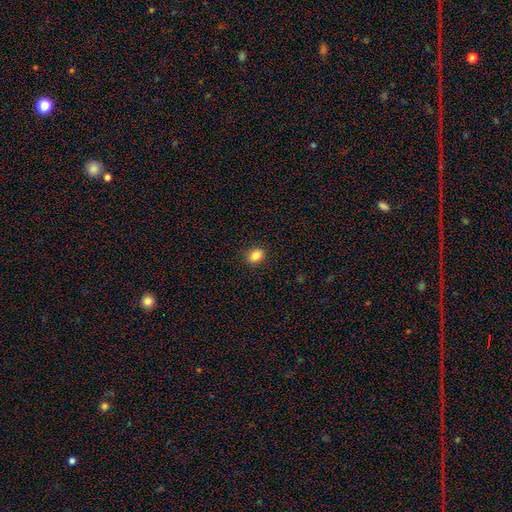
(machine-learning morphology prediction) A smooth galaxy with no disk features (85%) that is in between round and cigar-shaped (59%).

Vote fractions:
- Smooth or featured? smooth: 85% / star or artifact: 10% / featured or disk: 5%
- How rounded? in between: 59% / round: 40% / cigar-shaped: 1%
- Merging? none: 87% / minor disturbance: 9% / major disturbance: 2% / merger: 1%